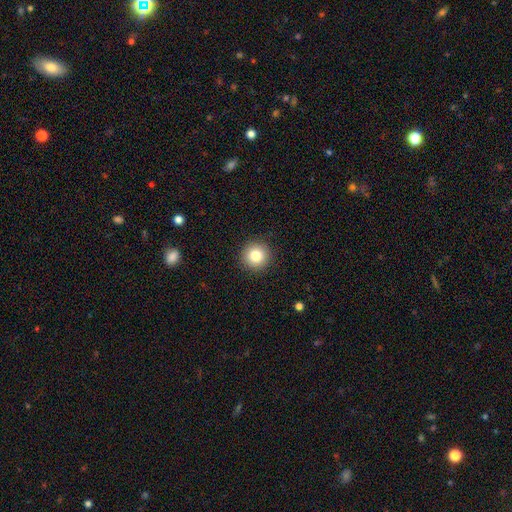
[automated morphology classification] This is clearly a smooth galaxy (82%). How rounded: clearly round (95%). Merging: clearly none (92%).